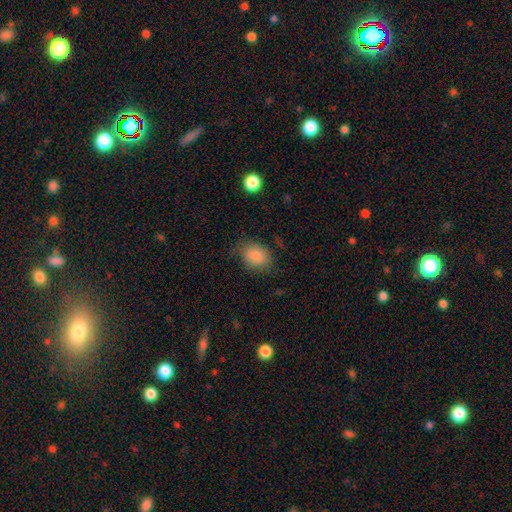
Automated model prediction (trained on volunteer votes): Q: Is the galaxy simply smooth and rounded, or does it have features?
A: smooth — 85%.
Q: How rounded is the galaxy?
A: in between — 56%.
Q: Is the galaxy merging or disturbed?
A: none — 70%.